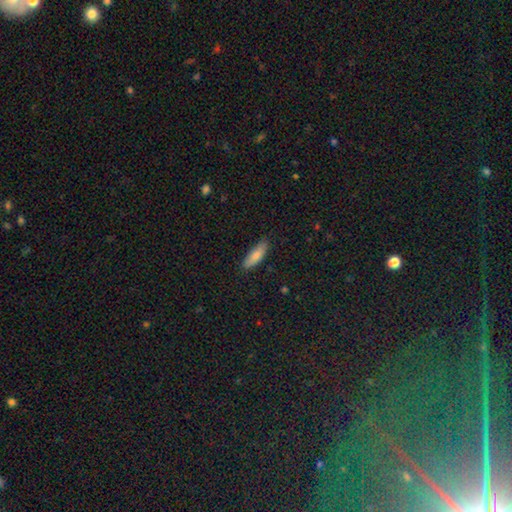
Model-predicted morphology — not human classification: type=smooth (80%); roundness=in between (52%); merging=none (85%).